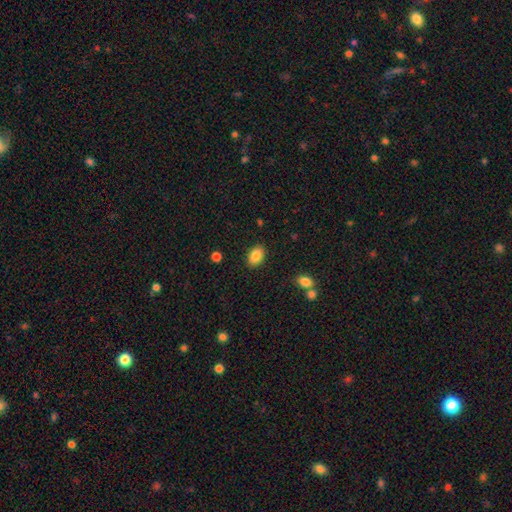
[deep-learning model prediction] Smooth or featured? smooth (86%)
How rounded? in between (86%)
Merging? none (87%)